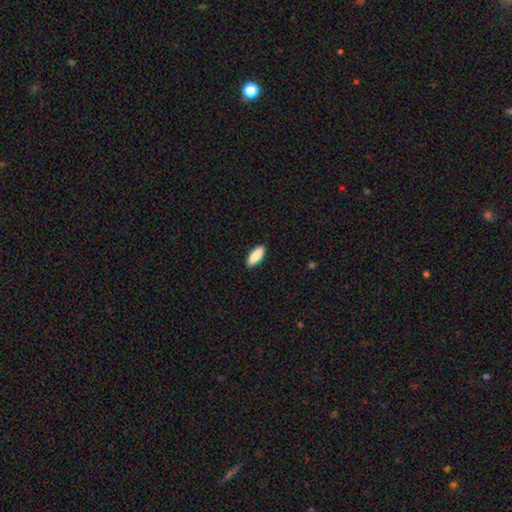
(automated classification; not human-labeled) Smooth or featured? smooth (90%)
How rounded? in between (79%)
Merging? none (91%)